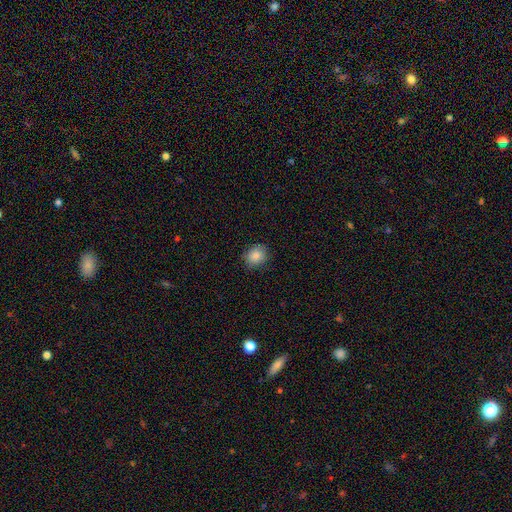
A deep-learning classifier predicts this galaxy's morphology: This appears to be a smooth galaxy with no disk features (85%) that is round (65%). Merging: none (85%).